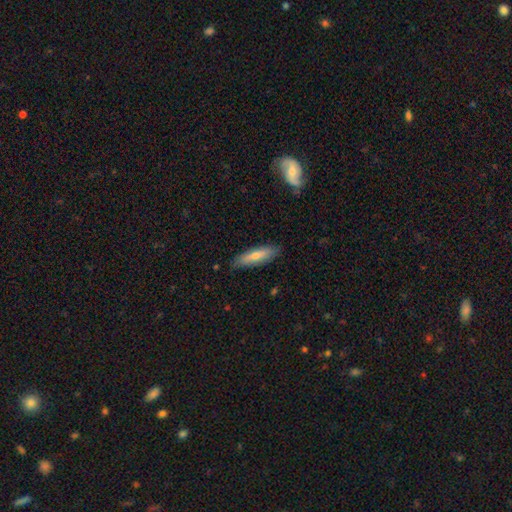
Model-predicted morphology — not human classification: smooth 65%, featured or disk 29%, star or artifact 6%. Down the decision tree: how rounded — cigar-shaped (63%); merging — none (85%).